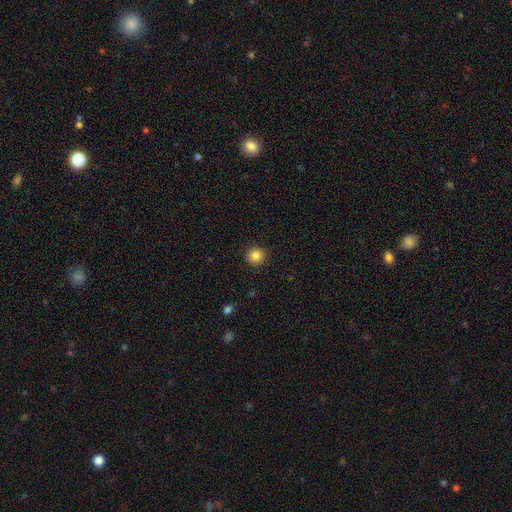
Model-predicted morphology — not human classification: A smooth galaxy with no disk features (85%) that is round (95%).

Vote fractions:
- Smooth or featured? smooth: 85% / star or artifact: 10% / featured or disk: 5%
- How rounded? round: 95% / in between: 4% / cigar-shaped: 1%
- Merging? none: 92% / minor disturbance: 5% / major disturbance: 2% / merger: 1%